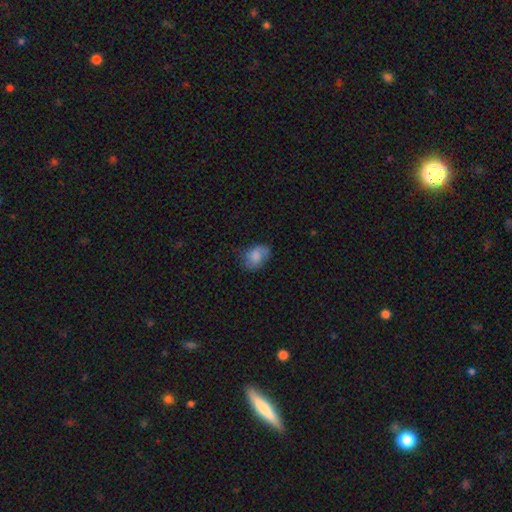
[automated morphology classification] Smooth or featured? Predicted: smooth (p=0.75). How rounded? Predicted: in between (p=0.71). Merging? Predicted: none (p=0.57).